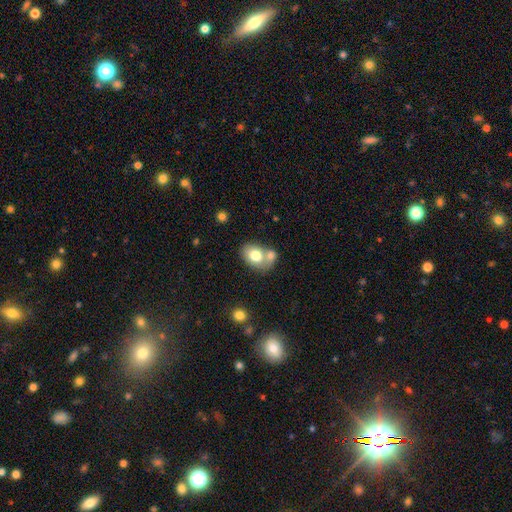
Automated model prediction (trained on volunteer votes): Smooth or featured?
  - smooth: 75% *
  - featured or disk: 17%
  - star or artifact: 8%
How rounded?
  - in between: 66% *
  - round: 33%
  - cigar-shaped: 1%
Merging?
  - merger: 44% *
  - none: 41%
  - minor disturbance: 11%
  - major disturbance: 4%